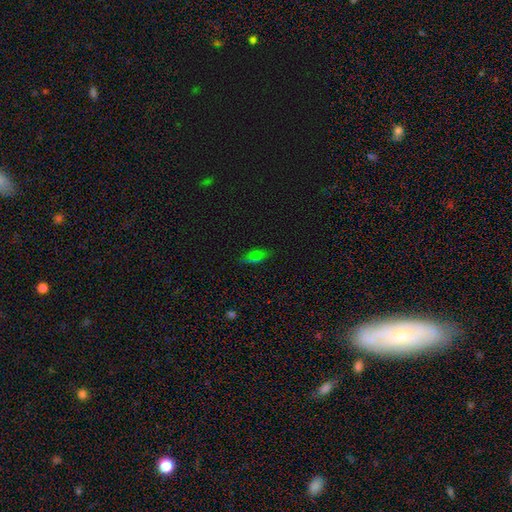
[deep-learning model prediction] Smooth or featured? smooth (54%)
How rounded? in between (83%)
Merging? none (67%)